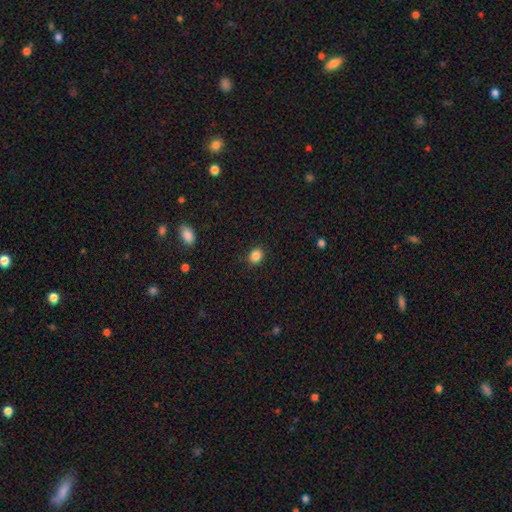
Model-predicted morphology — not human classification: Smooth or featured? smooth (86%)
How rounded? round (58%)
Merging? none (89%)